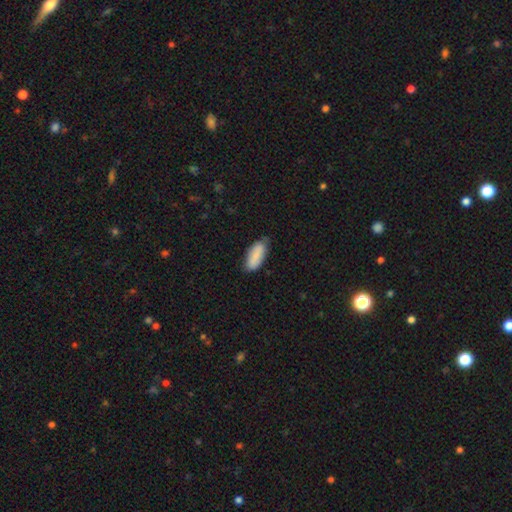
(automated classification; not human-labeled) smooth 84%, featured or disk 9%, star or artifact 6%. Down the decision tree: how rounded — in between (82%); merging — none (68%).